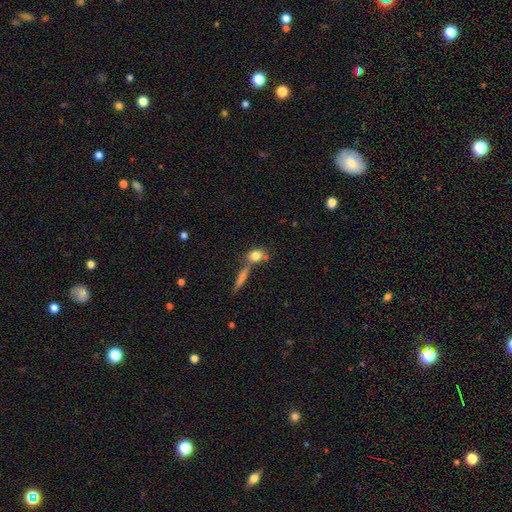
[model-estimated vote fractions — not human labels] This is likely a smooth galaxy (78%). How rounded: possibly round (46%). Merging: possibly none (55%).